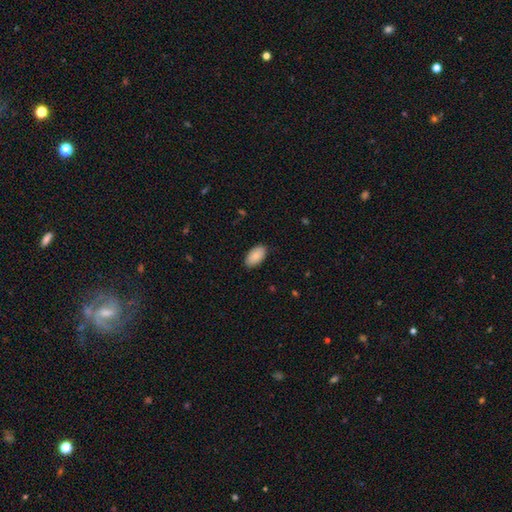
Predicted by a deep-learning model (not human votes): A smooth galaxy with no disk features (89%) that is in between round and cigar-shaped (96%).

Vote fractions:
- Smooth or featured? smooth: 89% / star or artifact: 6% / featured or disk: 5%
- How rounded? in between: 96% / round: 3% / cigar-shaped: 2%
- Merging? none: 88% / minor disturbance: 9% / major disturbance: 2% / merger: 1%